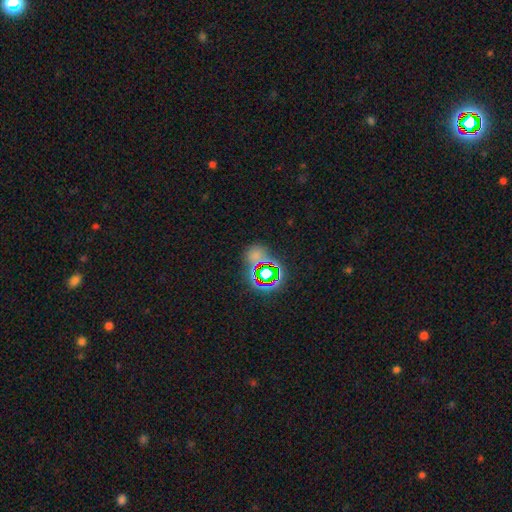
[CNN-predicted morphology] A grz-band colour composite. It shows a star or artifact, not a galaxy (53%).